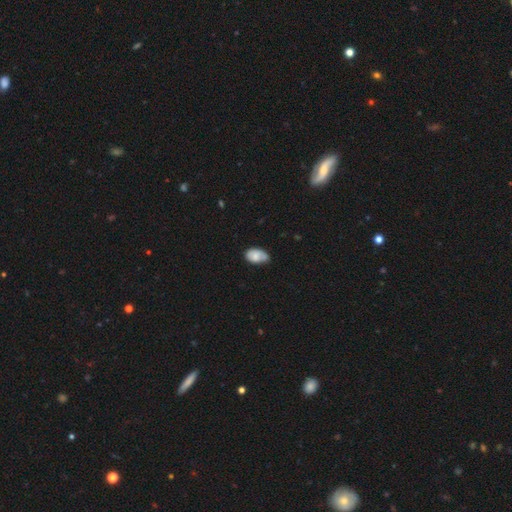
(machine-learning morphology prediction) Overall: smooth (70%). How rounded: in between (91%). Merging: none (43%; minor disturbance 42%).